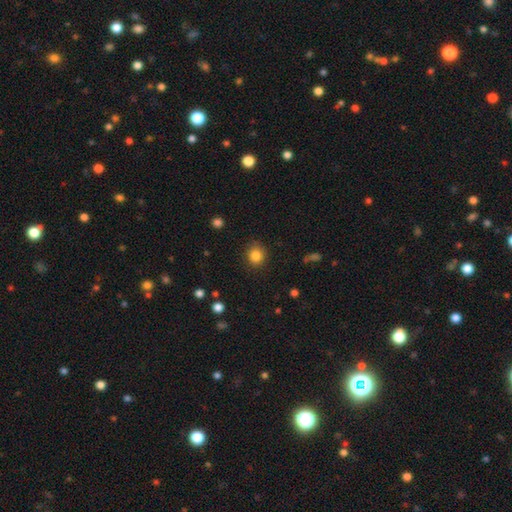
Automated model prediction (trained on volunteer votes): Overall: smooth (84%). How rounded: round (80%). Merging: none (85%).